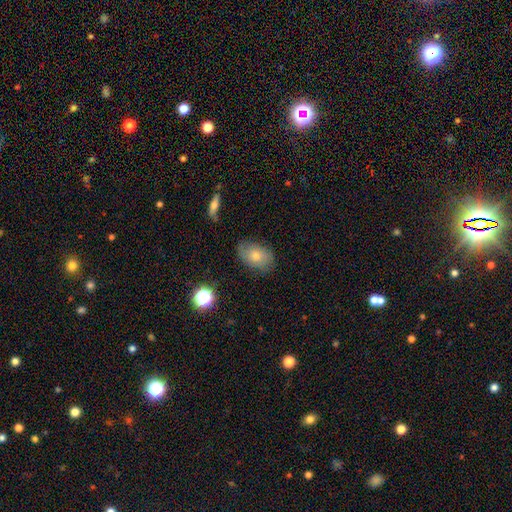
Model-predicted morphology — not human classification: smooth_or_featured: smooth (p=0.60) [alt: featured or disk p=0.28]
how_rounded: in between (p=0.83) [alt: round p=0.16]
merging: none (p=0.76) [alt: minor disturbance p=0.18]